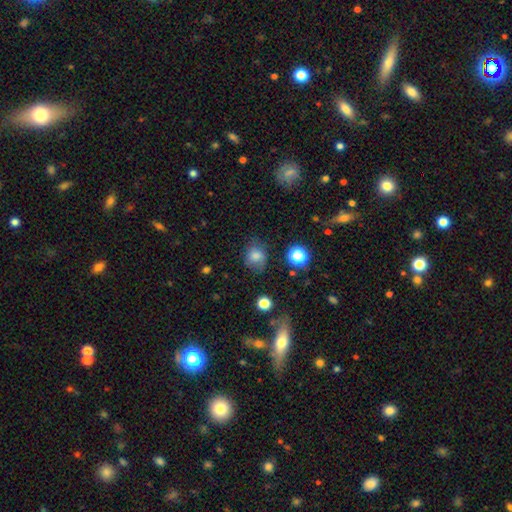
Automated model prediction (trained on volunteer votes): The model was most divided on "how rounded": round: 62%, in between: 37%, cigar-shaped: 1%. More confident: smooth or featured — smooth (77%); merging — none (66%).